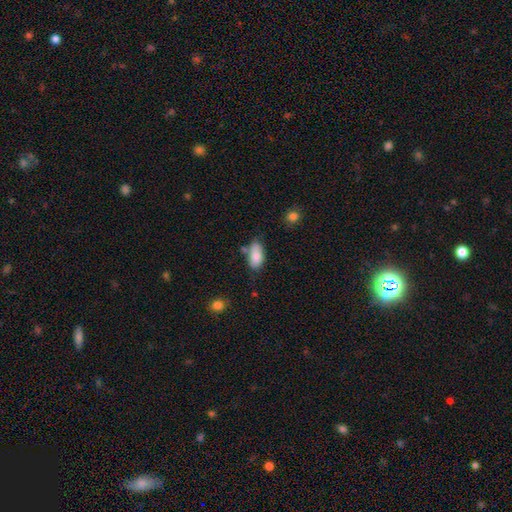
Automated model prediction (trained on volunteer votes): Smooth or featured? Predicted: smooth (p=0.84). How rounded? Predicted: in between (p=0.90). Merging? Predicted: none (p=0.61).